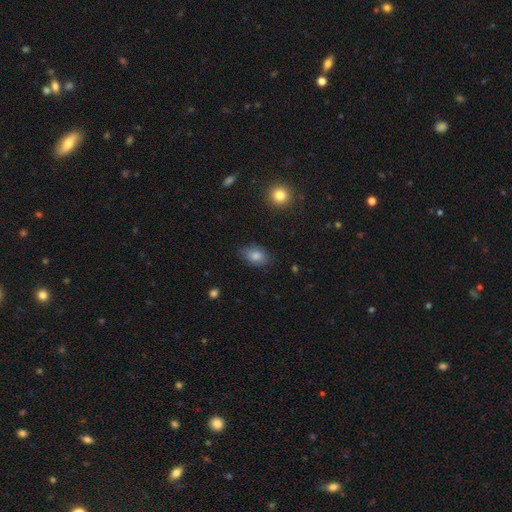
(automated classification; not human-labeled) smooth 83%, featured or disk 9%, star or artifact 8%. Down the decision tree: how rounded — in between (86%); merging — none (81%).